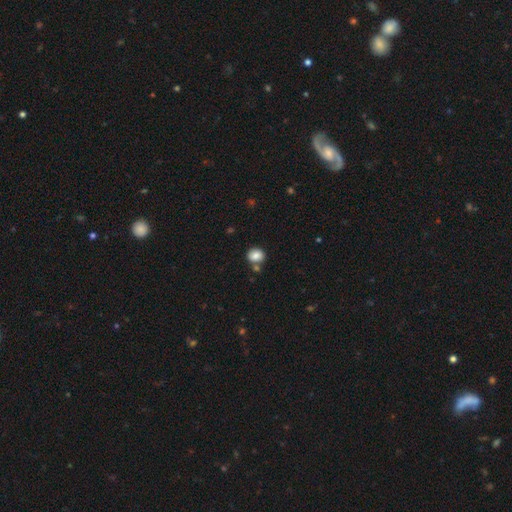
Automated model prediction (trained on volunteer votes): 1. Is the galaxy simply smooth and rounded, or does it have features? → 84% smooth, 9% star or artifact, 7% featured or disk.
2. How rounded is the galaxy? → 75% round, 25% in between, 1% cigar-shaped.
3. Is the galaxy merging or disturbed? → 71% none, 14% merger, 12% minor disturbance, 3% major disturbance.